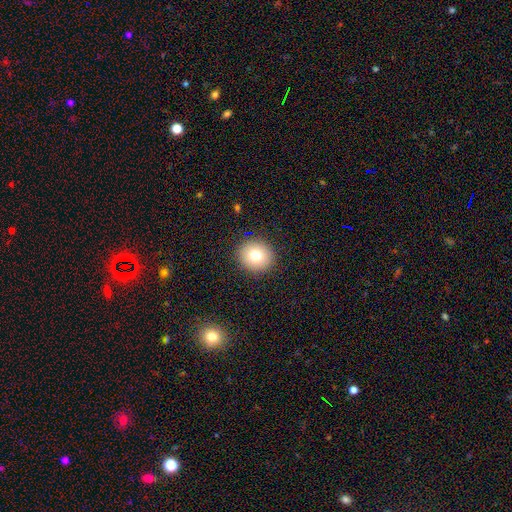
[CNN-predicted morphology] smooth-or-featured: smooth: 77% | featured or disk: 12% | star or artifact: 11%
  how-rounded: round: 86% | in between: 13% | cigar-shaped: 1%
  merging: none: 91% | minor disturbance: 6% | major disturbance: 2% | merger: 1%